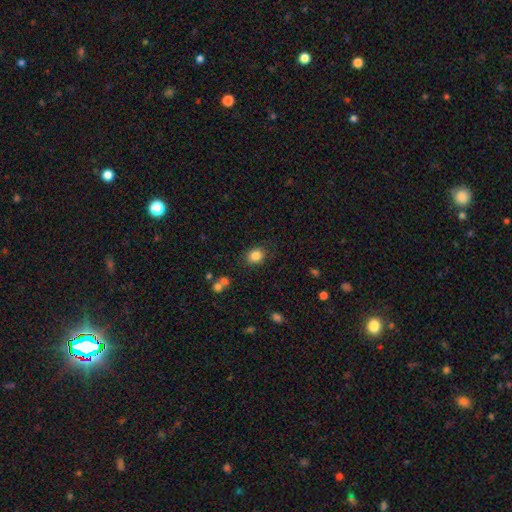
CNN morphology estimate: smooth 84%, star or artifact 10%, featured or disk 6%. Down the decision tree: how rounded — round (67%); merging — none (84%).